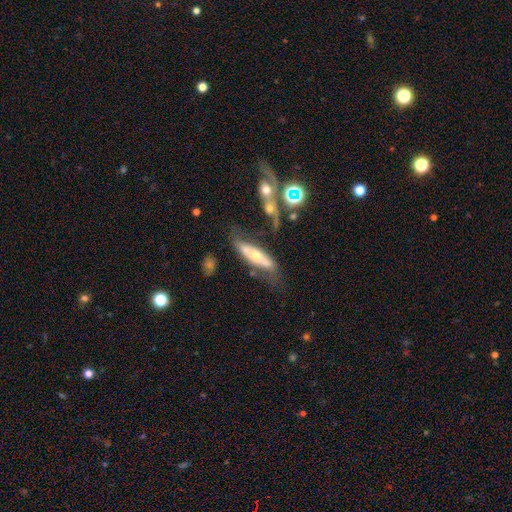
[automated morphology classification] This is possibly a featured or disk galaxy (56%). It is possibly not viewed edge-on (59%). Merging: possibly none (47%).